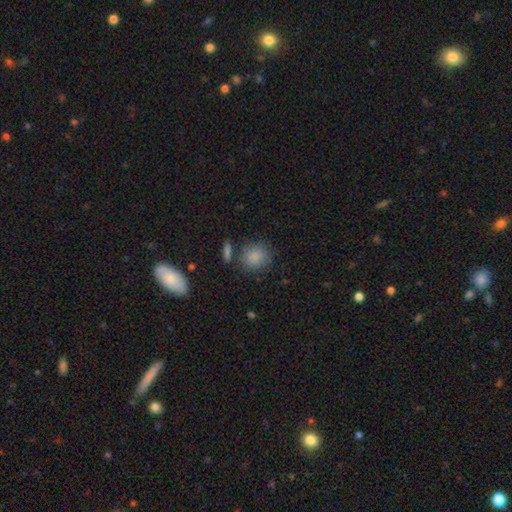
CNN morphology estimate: A smooth galaxy with no disk features (81%) that is round (68%). Merging: none (76%).